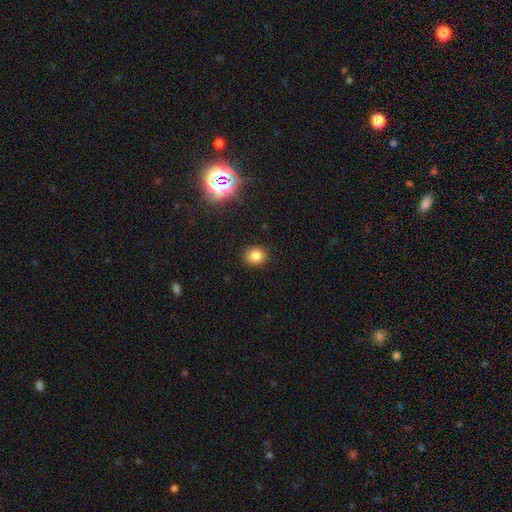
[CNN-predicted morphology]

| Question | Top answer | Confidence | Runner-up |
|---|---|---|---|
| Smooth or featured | smooth | 82% | star or artifact (13%) |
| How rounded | round | 73% | in between (26%) |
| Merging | none | 90% | minor disturbance (6%) |